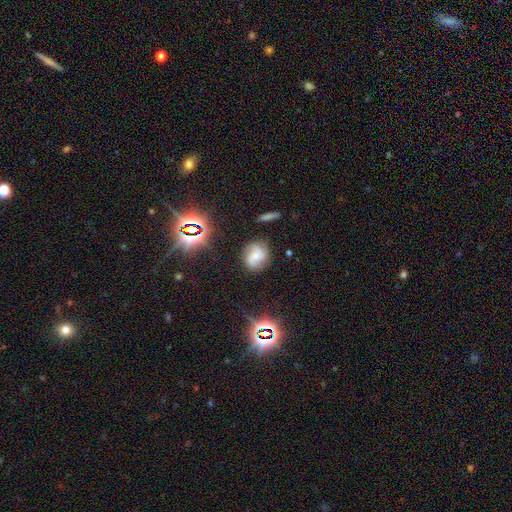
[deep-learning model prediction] Morphology: type=featured or disk (66%); edge-on=no (97%); bar=no (59%); spiral arms=yes (94%); winding=medium (46%); arm count=2 (46%); bulge=small (54%); merging=none (77%).